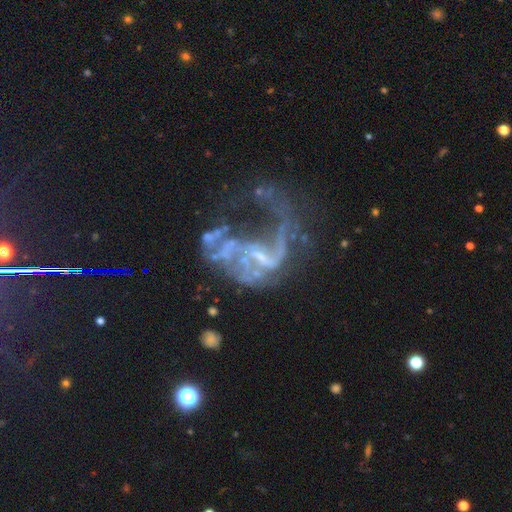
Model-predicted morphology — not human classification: Smooth or featured?
  - featured or disk: 76% *
  - star or artifact: 15%
  - smooth: 9%
Edge-on disk?
  - no: 97% *
  - yes: 3%
Bar?
  - no: 49% *
  - weak: 35%
  - strong: 15%
Spiral arms?
  - yes: 64% *
  - no: 36%
Bulge size?
  - none: 42% * (tied)
  - small: 42% * (tied)
  - moderate: 13%
  - large: 2%
  - dominant: 1%
Merging?
  - major disturbance: 55% *
  - none: 19%
  - merger: 14%
  - minor disturbance: 12%